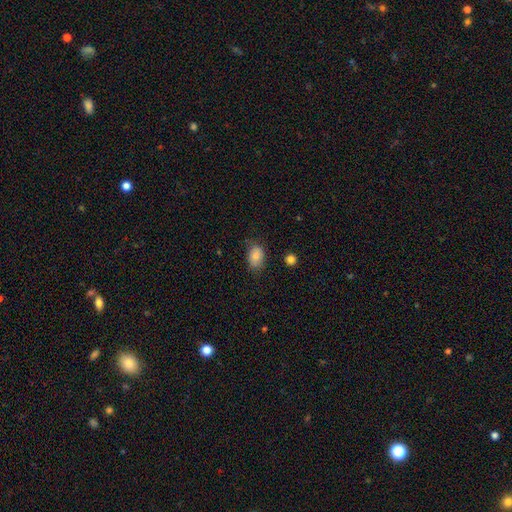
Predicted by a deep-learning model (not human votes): A smooth galaxy with no disk features (85%) that is in between round and cigar-shaped (82%). Merging: none (70%).